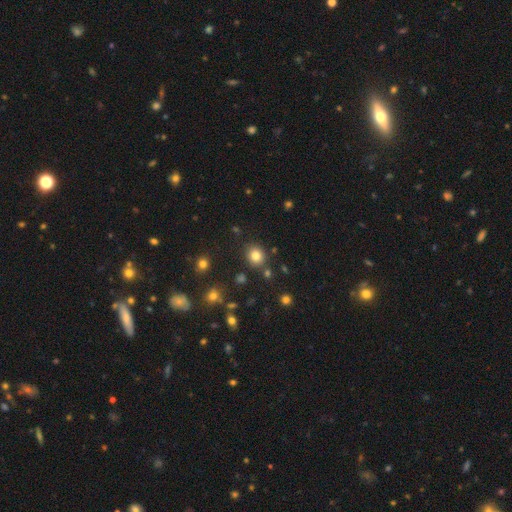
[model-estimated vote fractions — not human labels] Smooth or featured? smooth (81%)
How rounded? round (80%)
Merging? none (85%)